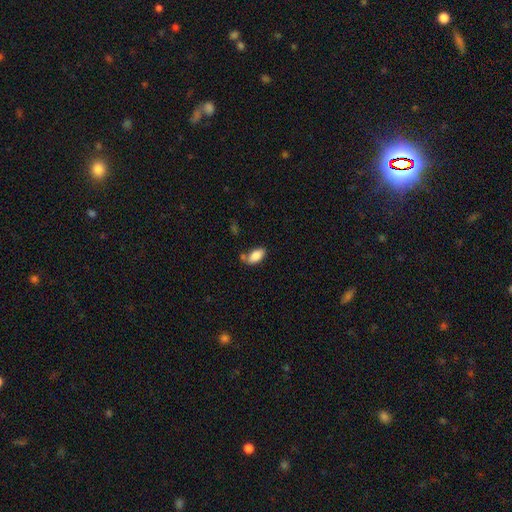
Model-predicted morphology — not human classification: Smooth or featured? Predicted: smooth (p=0.85). How rounded? Predicted: in between (p=0.93). Merging? Predicted: none (p=0.60).